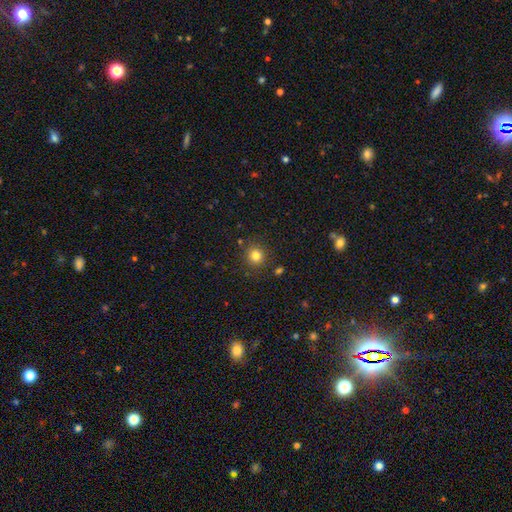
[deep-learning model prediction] Smooth or featured?
  - smooth: 81% *
  - star or artifact: 13%
  - featured or disk: 6%
How rounded?
  - round: 92% *
  - in between: 7%
  - cigar-shaped: 1%
Merging?
  - none: 87% *
  - minor disturbance: 7%
  - merger: 3%
  - major disturbance: 2%